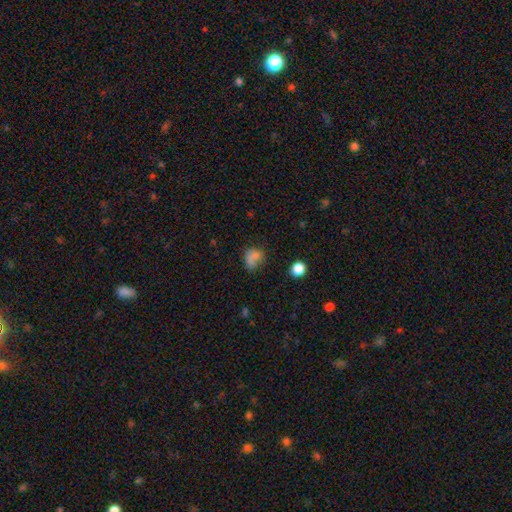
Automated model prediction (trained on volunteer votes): Smooth or featured: smooth — 73% (star or artifact — 15%)
How rounded: in between — 53% (round — 46%)
Merging: none — 40% (minor disturbance — 23%)